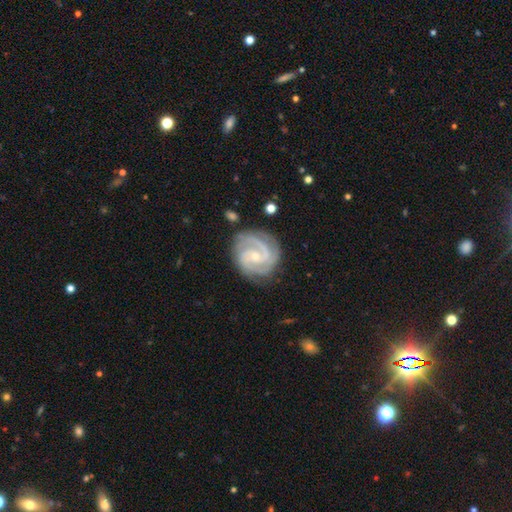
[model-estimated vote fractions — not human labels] Overall: featured or disk (91%). Edge-on disk: no (98%). Bar: no (56%; weak 34%). Spiral arms: yes (98%). Spiral arm count: 3 (44%; 2 34%). Spiral winding: tight (62%; medium 34%). Bulge size: small (71%). Merging: none (78%).